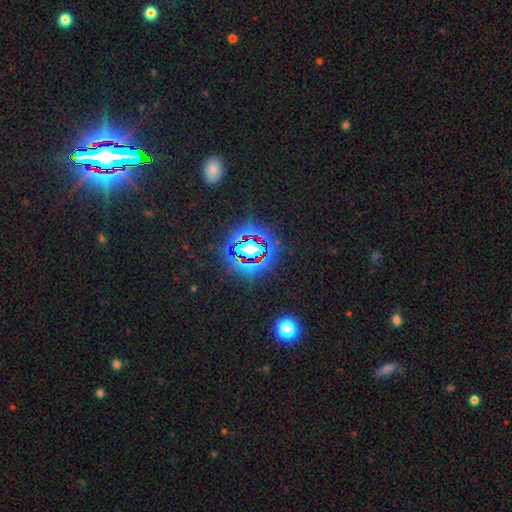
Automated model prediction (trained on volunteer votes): Smooth or featured: star or artifact — 81% (smooth — 11%)